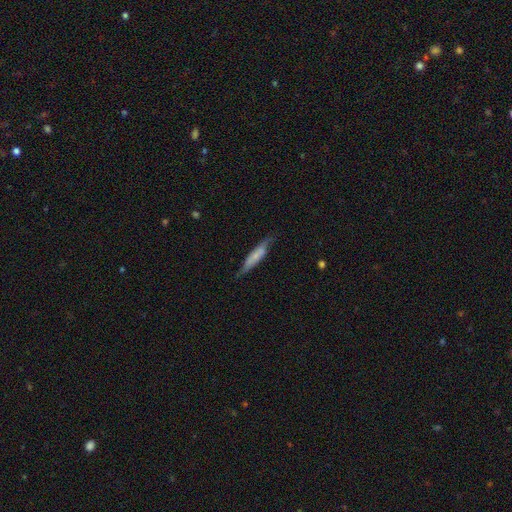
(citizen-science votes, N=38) Q: Smooth or featured?
A: smooth (58%); runner-up: featured or disk (32%)
Q: How rounded?
A: cigar-shaped (91%); runner-up: round (5%)
Q: Merging?
A: none (53%); runner-up: minor disturbance (32%)